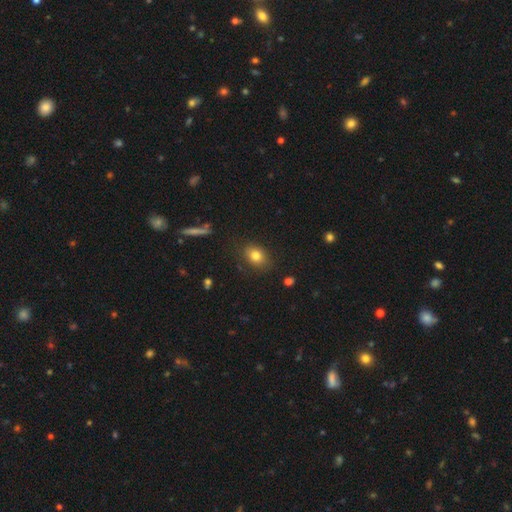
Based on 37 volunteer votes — smooth-or-featured: smooth: 89% | featured or disk: 5% | star or artifact: 5%
  how-rounded: in between: 76% | round: 24% | cigar-shaped: 0%
  merging: none: 86% | minor disturbance: 11% | major disturbance: 3% | merger: 0%